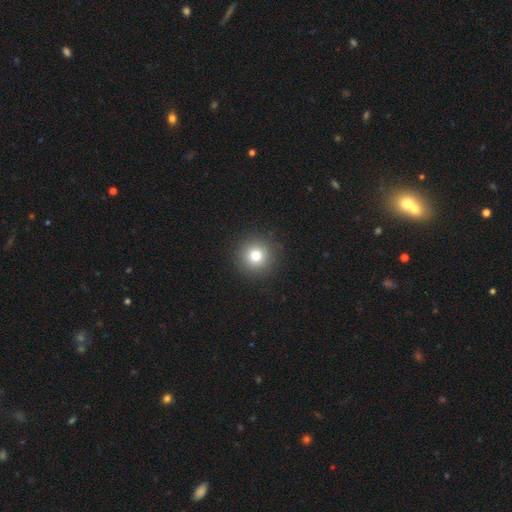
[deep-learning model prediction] A smooth galaxy with no disk features (78%) that is round (95%). Merging: none (91%).